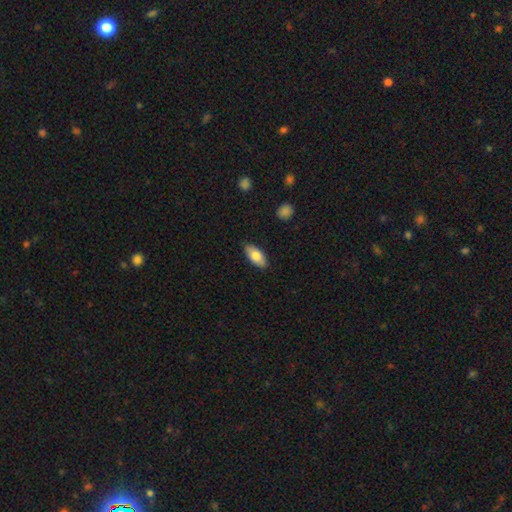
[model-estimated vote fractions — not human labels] Overall: smooth (79%). How rounded: in between (89%). Merging: none (86%).